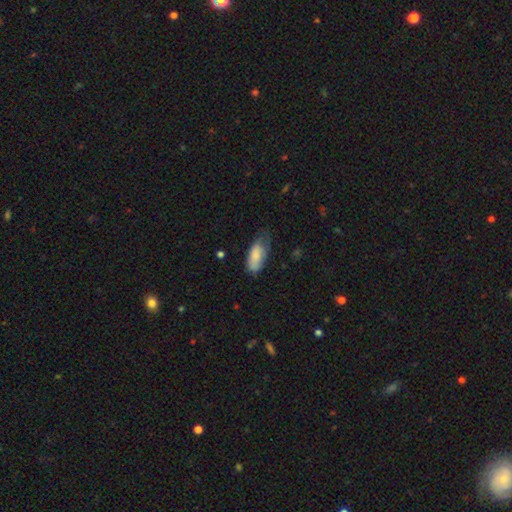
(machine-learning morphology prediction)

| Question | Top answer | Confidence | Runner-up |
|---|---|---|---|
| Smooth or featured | smooth | 81% | featured or disk (12%) |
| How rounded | in between | 88% | cigar-shaped (10%) |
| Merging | minor disturbance | 41% | none (38%) |